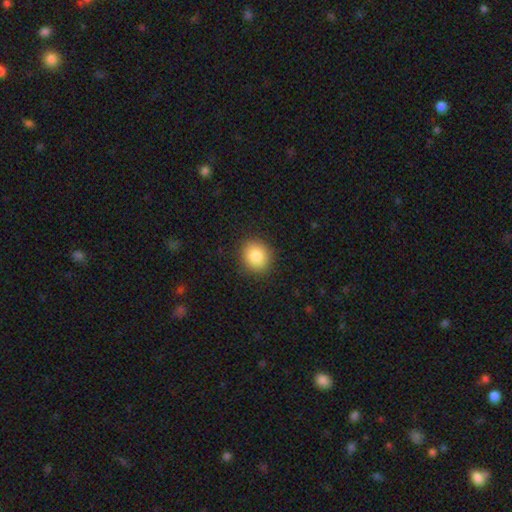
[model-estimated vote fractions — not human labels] smooth 86%, star or artifact 8%, featured or disk 6%. Down the decision tree: how rounded — round (79%); merging — none (89%).